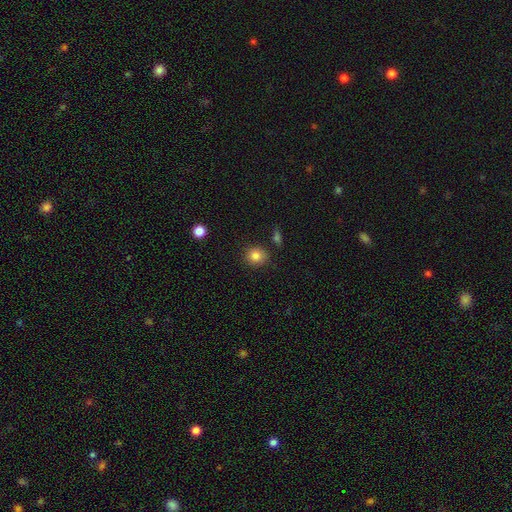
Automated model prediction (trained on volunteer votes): smooth 84%, star or artifact 10%, featured or disk 6%. Down the decision tree: how rounded — round (83%); merging — none (85%).